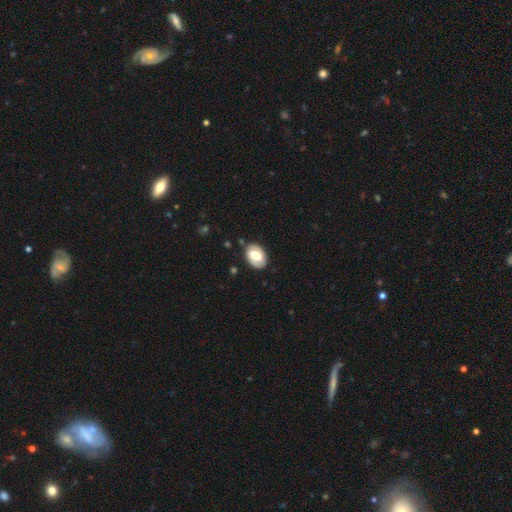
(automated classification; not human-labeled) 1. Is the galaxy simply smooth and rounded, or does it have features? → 54% featured or disk, 39% smooth, 6% star or artifact.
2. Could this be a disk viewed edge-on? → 95% no, 5% yes.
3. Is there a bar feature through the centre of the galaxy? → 41% weak, 37% strong, 22% no.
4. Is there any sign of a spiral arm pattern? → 68% yes, 32% no.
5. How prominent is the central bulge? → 40% moderate, 37% large, 13% small, 5% none, 5% dominant.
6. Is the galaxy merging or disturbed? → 80% none, 14% minor disturbance, 4% major disturbance, 2% merger.